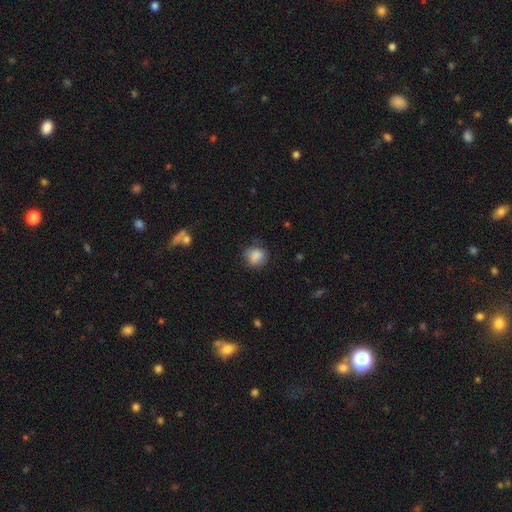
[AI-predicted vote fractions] Smooth or featured?
  - smooth: 85% *
  - star or artifact: 9%
  - featured or disk: 6%
How rounded?
  - round: 74% *
  - in between: 25%
  - cigar-shaped: 1%
Merging?
  - none: 74% *
  - minor disturbance: 19%
  - major disturbance: 5%
  - merger: 2%